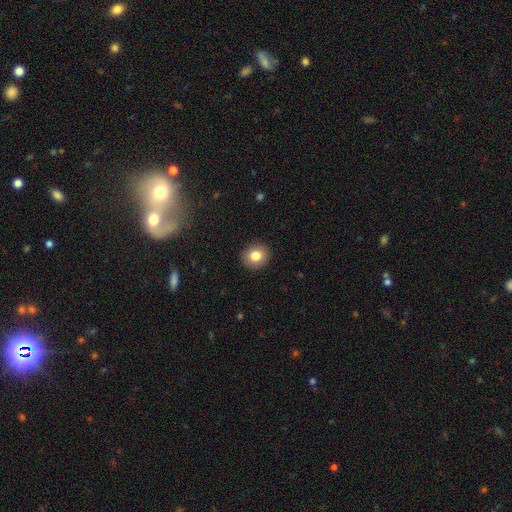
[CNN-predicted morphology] Smooth or featured? Predicted: smooth (p=0.82). How rounded? Predicted: round (p=0.81). Merging? Predicted: none (p=0.91).